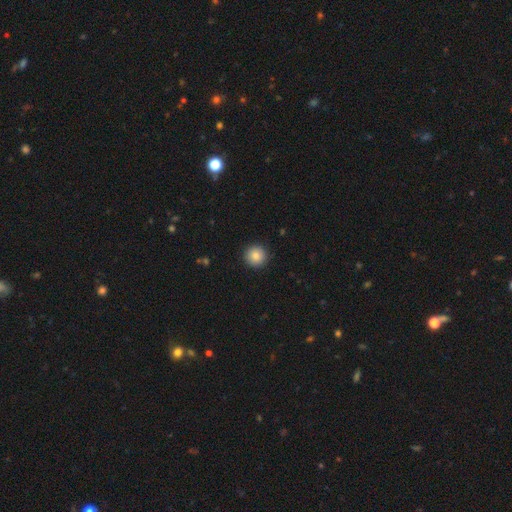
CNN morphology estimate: Smooth or featured?
  - smooth: 85% *
  - star or artifact: 9%
  - featured or disk: 6%
How rounded?
  - round: 96% *
  - in between: 3%
  - cigar-shaped: 1%
Merging?
  - none: 92% *
  - minor disturbance: 5%
  - major disturbance: 2%
  - merger: 1%